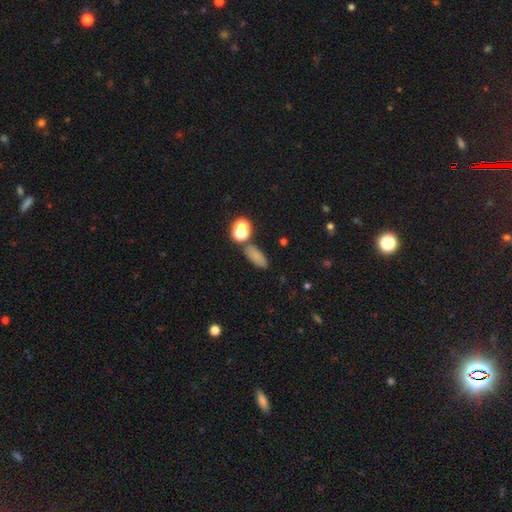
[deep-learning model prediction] Q: Smooth or featured?
A: smooth (74%); runner-up: star or artifact (16%)
Q: How rounded?
A: in between (68%); runner-up: cigar-shaped (23%)
Q: Merging?
A: none (70%); runner-up: merger (14%)